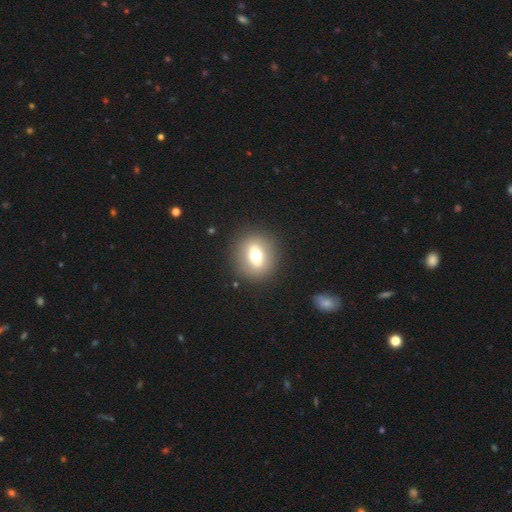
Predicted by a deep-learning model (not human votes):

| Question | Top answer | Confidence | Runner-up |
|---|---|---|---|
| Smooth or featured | smooth | 56% | featured or disk (33%) |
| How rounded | round | 68% | in between (29%) |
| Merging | none | 87% | minor disturbance (8%) |